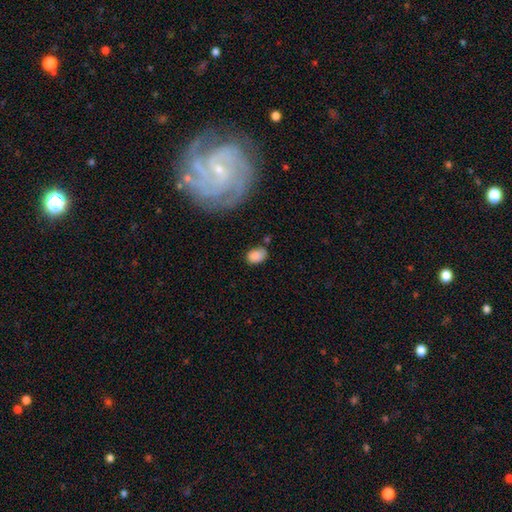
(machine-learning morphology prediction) smooth_or_featured: smooth (p=0.86) [alt: star or artifact p=0.08]
how_rounded: in between (p=0.82) [alt: round p=0.17]
merging: none (p=0.67) [alt: minor disturbance p=0.22]